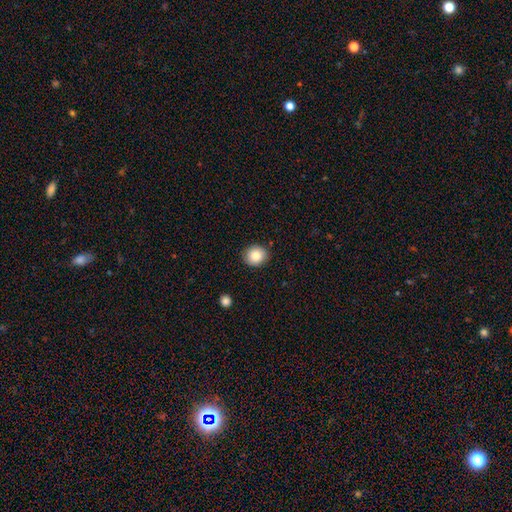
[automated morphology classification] Smooth or featured? Predicted: smooth (p=0.85). How rounded? Predicted: round (p=0.84). Merging? Predicted: none (p=0.89).